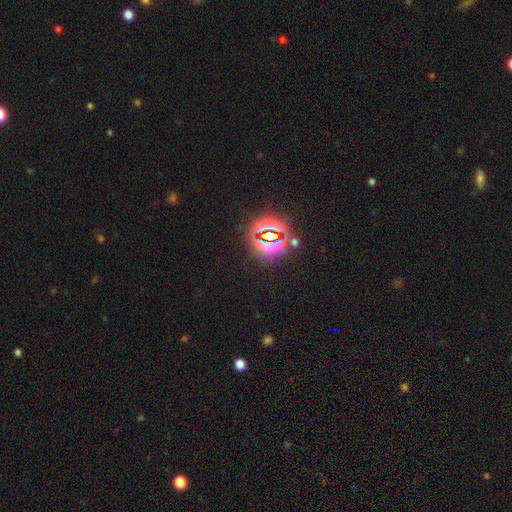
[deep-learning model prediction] This appears to be a star or artifact, not a galaxy (80%).